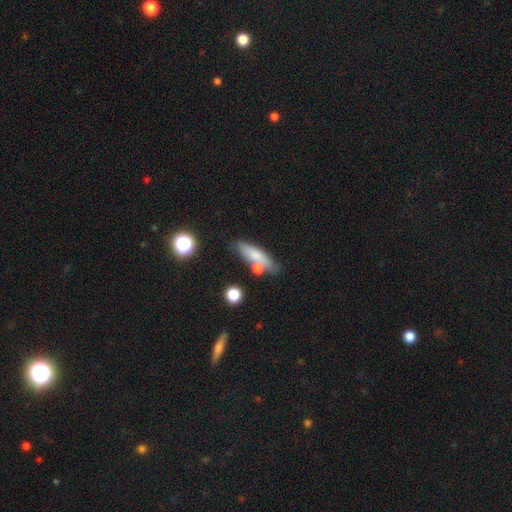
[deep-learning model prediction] This appears to be a smooth galaxy with no disk features (72%) that is cigar-shaped (53%). Merging: none (63%).